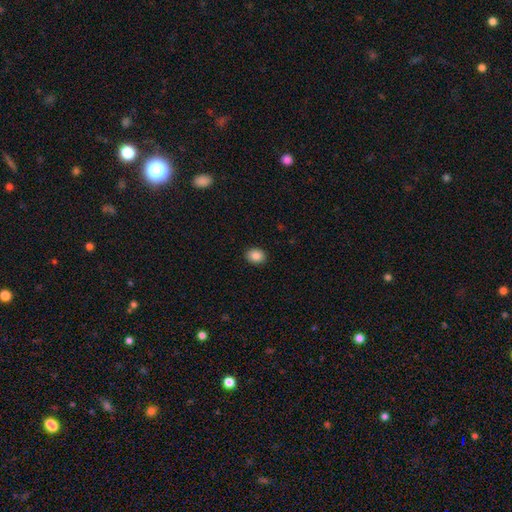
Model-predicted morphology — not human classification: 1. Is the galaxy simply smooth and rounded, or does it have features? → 87% smooth, 9% star or artifact, 4% featured or disk.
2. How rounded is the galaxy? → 52% in between, 48% round, 1% cigar-shaped.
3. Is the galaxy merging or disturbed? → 90% none, 7% minor disturbance, 2% major disturbance, 1% merger.